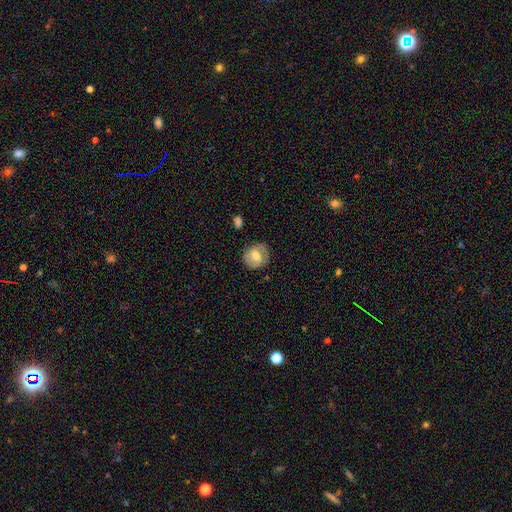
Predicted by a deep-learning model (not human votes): A smooth galaxy with no disk features (48%).

Vote fractions:
- Smooth or featured? smooth: 48% / featured or disk: 45% / star or artifact: 7%
- Merging? none: 76% / minor disturbance: 16% / major disturbance: 5% / merger: 2%